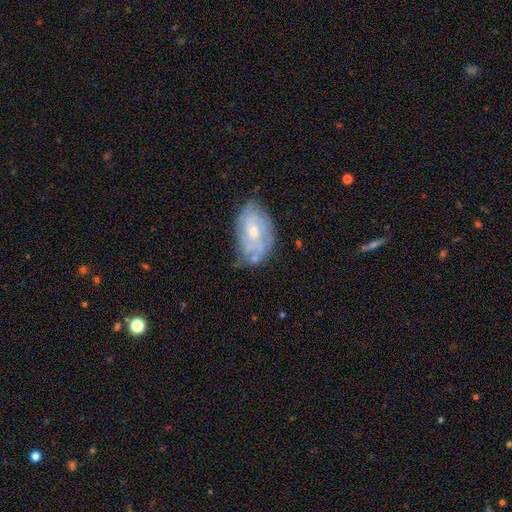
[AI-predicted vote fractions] Smooth or featured?
  - featured or disk: 57% *
  - smooth: 27%
  - star or artifact: 16%
Edge-on disk?
  - no: 93% *
  - yes: 7%
Bar?
  - no: 69% *
  - weak: 25%
  - strong: 6%
Spiral arms?
  - yes: 70% *
  - no: 30%
Bulge size?
  - small: 50% *
  - moderate: 45%
  - none: 2%
  - large: 2%
  - dominant: 1%
Merging?
  - none: 63% *
  - minor disturbance: 24%
  - major disturbance: 8%
  - merger: 4%